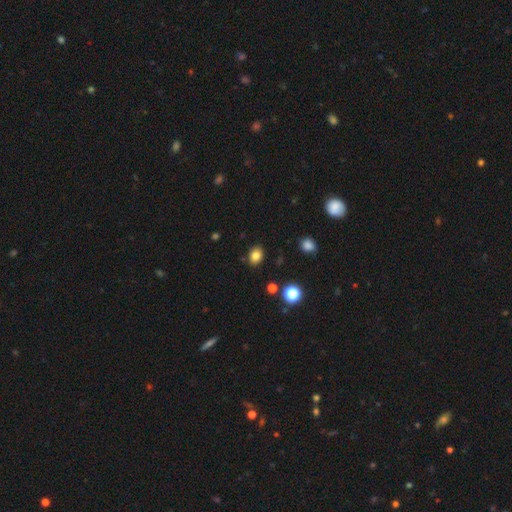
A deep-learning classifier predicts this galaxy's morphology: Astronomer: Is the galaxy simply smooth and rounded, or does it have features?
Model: smooth — 81%.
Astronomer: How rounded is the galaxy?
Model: in between — 56% (runner-up: round, 43%).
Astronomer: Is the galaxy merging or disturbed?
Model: none — 86%.